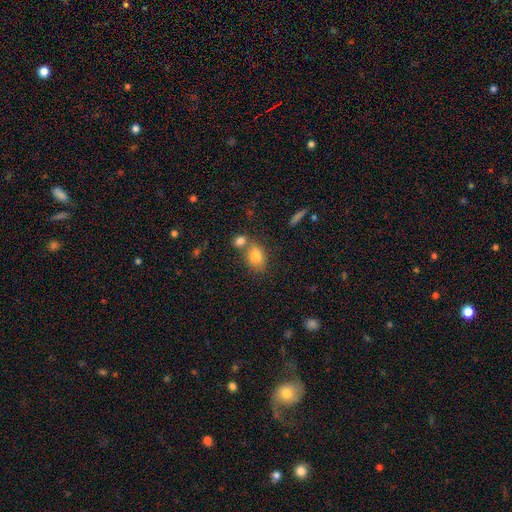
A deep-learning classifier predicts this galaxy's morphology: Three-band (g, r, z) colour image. It shows a smooth galaxy with no disk features (79%) that is in between round and cigar-shaped (79%). Merging: none (53%).